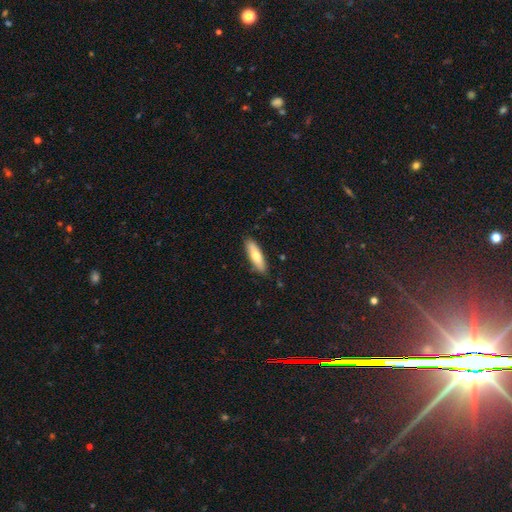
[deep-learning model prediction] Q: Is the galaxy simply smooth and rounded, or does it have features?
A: smooth — 68%.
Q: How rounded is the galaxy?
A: cigar-shaped — 57%.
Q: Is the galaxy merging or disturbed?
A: none — 84%.